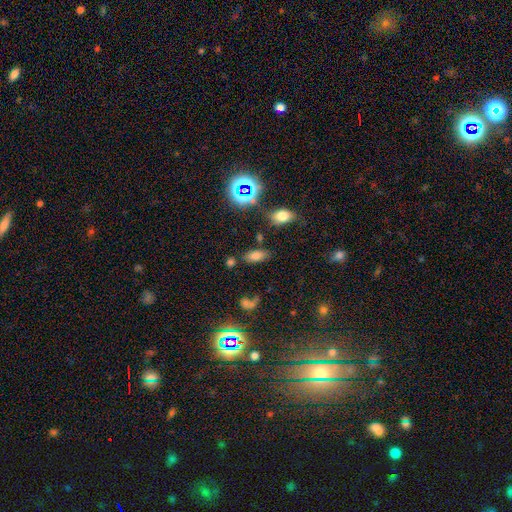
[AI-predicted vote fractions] Smooth or featured?
  - smooth: 68% *
  - star or artifact: 22%
  - featured or disk: 10%
How rounded?
  - in between: 87% *
  - cigar-shaped: 8%
  - round: 6%
Merging?
  - none: 75% *
  - minor disturbance: 13%
  - merger: 7%
  - major disturbance: 5%